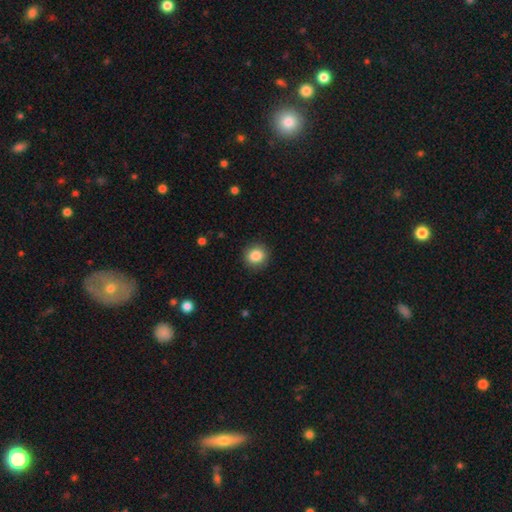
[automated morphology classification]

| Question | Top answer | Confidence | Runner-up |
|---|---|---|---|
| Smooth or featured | smooth | 86% | star or artifact (9%) |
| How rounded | round | 84% | in between (16%) |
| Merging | none | 89% | minor disturbance (7%) |